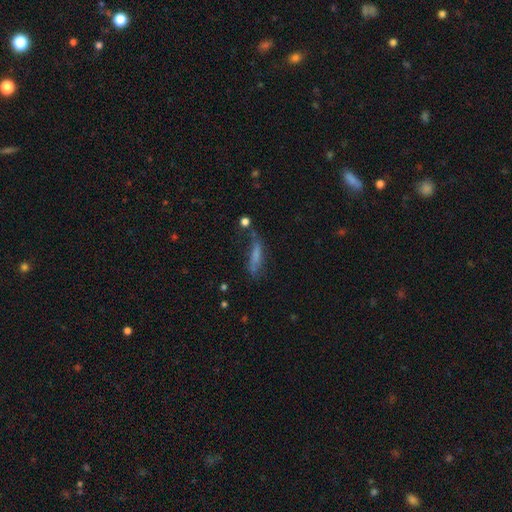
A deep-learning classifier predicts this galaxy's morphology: This appears to be a smooth galaxy with no disk features (58%) that is cigar-shaped (70%). Merging: none (44%).